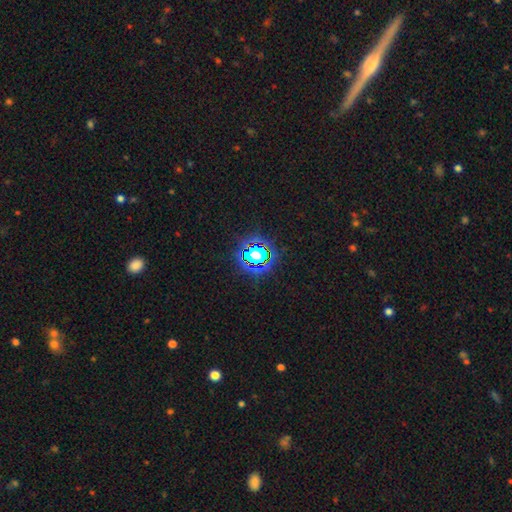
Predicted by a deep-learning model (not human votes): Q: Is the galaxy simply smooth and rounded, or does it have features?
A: star or artifact — 65%.